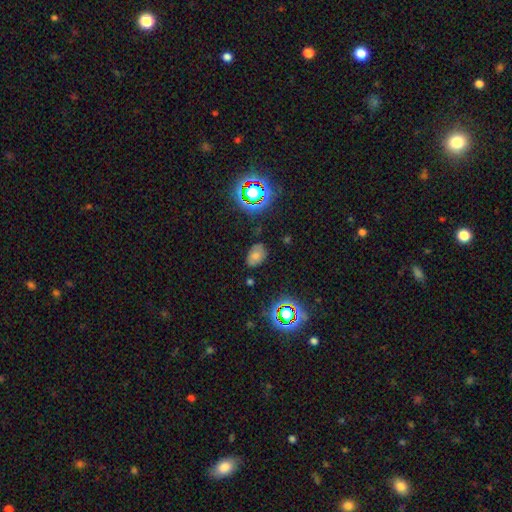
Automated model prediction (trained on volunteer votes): Smooth or featured? Predicted: smooth (p=0.62). How rounded? Predicted: in between (p=0.83). Merging? Predicted: none (p=0.73).